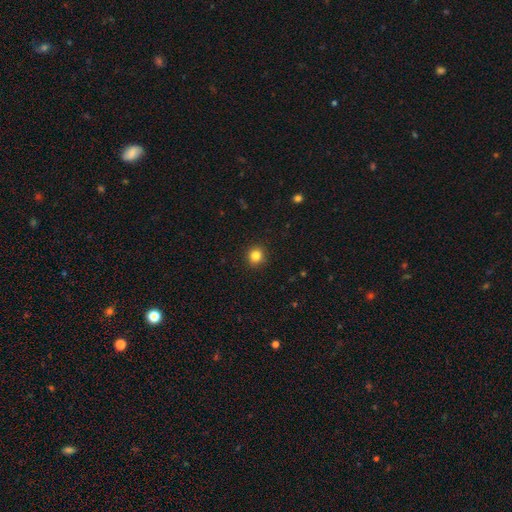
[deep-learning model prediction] Smooth or featured? smooth (84%)
How rounded? round (91%)
Merging? none (92%)